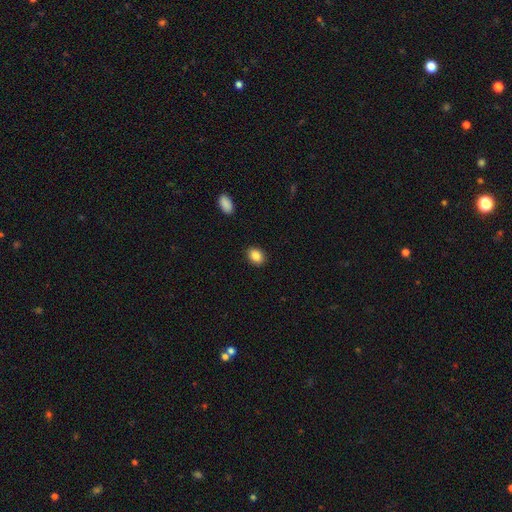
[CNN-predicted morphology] Smooth or featured: smooth — 87% (star or artifact — 9%)
How rounded: in between — 64% (round — 35%)
Merging: none — 89% (minor disturbance — 8%)